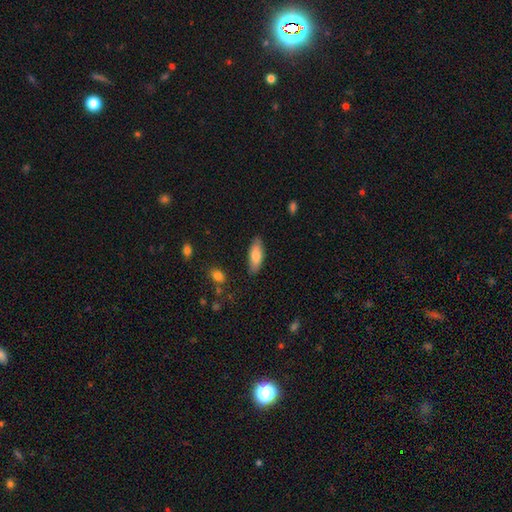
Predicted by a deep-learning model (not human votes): Q: Smooth or featured?
A: smooth (81%); runner-up: featured or disk (14%)
Q: How rounded?
A: in between (68%); runner-up: cigar-shaped (30%)
Q: Merging?
A: none (84%); runner-up: minor disturbance (12%)